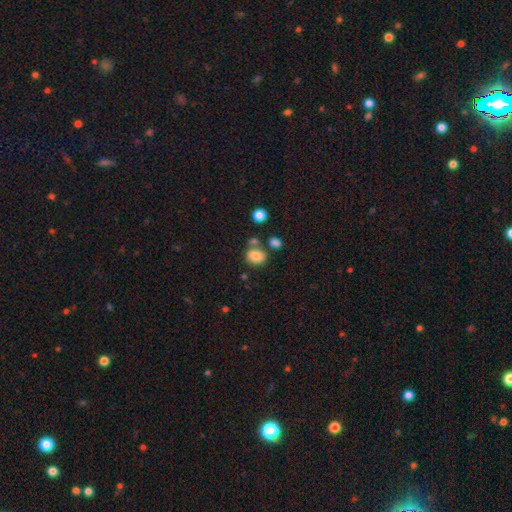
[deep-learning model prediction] This appears to be a smooth galaxy with no disk features (82%) that is in between round and cigar-shaped (55%). Merging: none (64%).